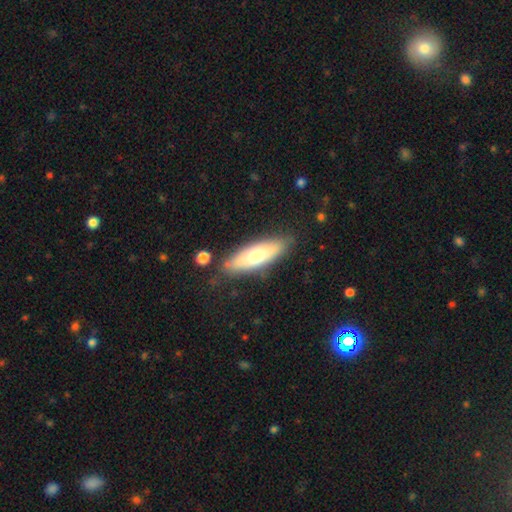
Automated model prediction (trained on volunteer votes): Smooth or featured? Predicted: smooth (p=0.64). How rounded? Predicted: in between (p=0.55). Merging? Predicted: none (p=0.82).